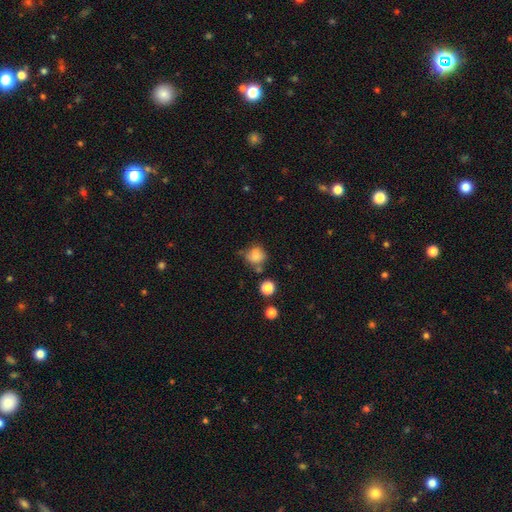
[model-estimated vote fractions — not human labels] Smooth or featured?
  - smooth: 78% *
  - star or artifact: 12%
  - featured or disk: 9%
How rounded?
  - round: 78% *
  - in between: 21%
  - cigar-shaped: 1%
Merging?
  - none: 52% *
  - minor disturbance: 26%
  - merger: 12%
  - major disturbance: 10%